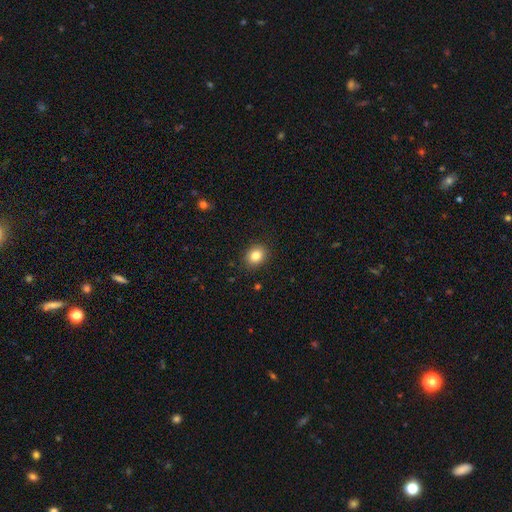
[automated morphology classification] Overall: smooth (84%). How rounded: round (58%; in between 41%). Merging: none (89%).